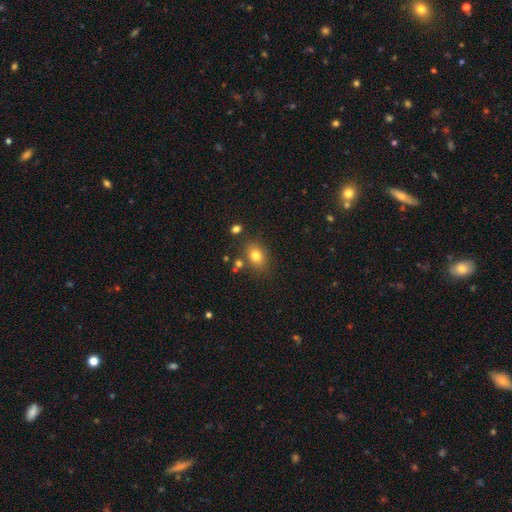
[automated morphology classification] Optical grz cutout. It shows a smooth galaxy with no disk features (79%) that is in between round and cigar-shaped (63%). Merging: none (76%).